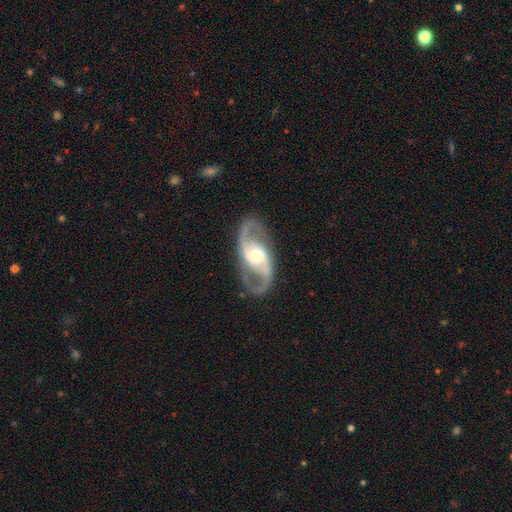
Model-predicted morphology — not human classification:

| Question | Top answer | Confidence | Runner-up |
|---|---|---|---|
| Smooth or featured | featured or disk | 92% | smooth (4%) |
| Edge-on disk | no | 97% | yes (3%) |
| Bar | weak | 41% | no (33%) |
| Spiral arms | yes | 97% | no (3%) |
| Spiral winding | medium | 57% | loose (31%) |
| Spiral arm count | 2 | 94% | can't tell (2%) |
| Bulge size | moderate | 62% | small (26%) |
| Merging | none | 86% | minor disturbance (9%) |